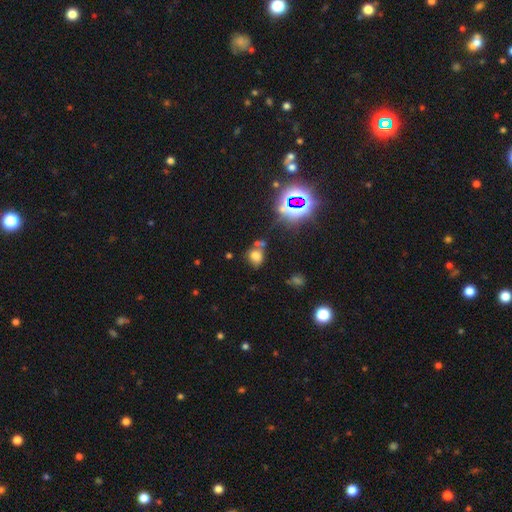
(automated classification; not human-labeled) Morphology: type=smooth (62%); roundness=in between (50%); merging=none (51%).